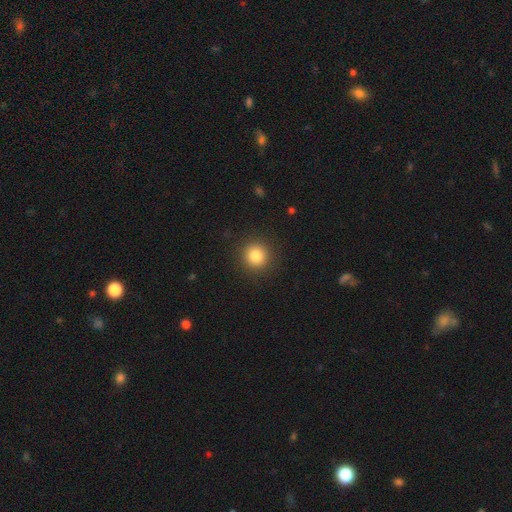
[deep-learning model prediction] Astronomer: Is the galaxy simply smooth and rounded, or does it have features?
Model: smooth — 84%.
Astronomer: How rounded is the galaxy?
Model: round — 92%.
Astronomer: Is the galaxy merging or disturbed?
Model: none — 90%.